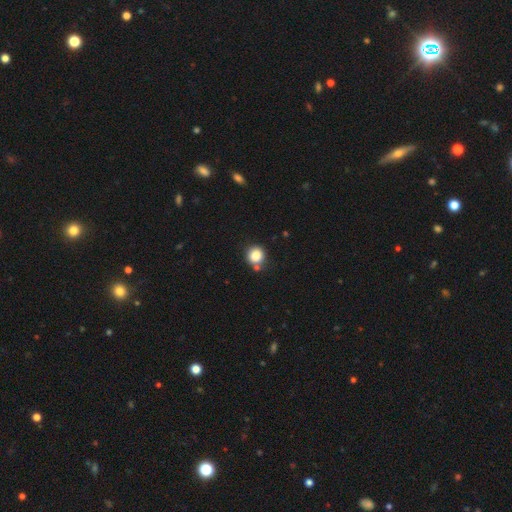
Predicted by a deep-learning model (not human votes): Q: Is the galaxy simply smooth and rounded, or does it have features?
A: smooth — 85%.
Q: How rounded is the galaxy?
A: round — 86%.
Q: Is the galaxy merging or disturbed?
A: none — 72%.